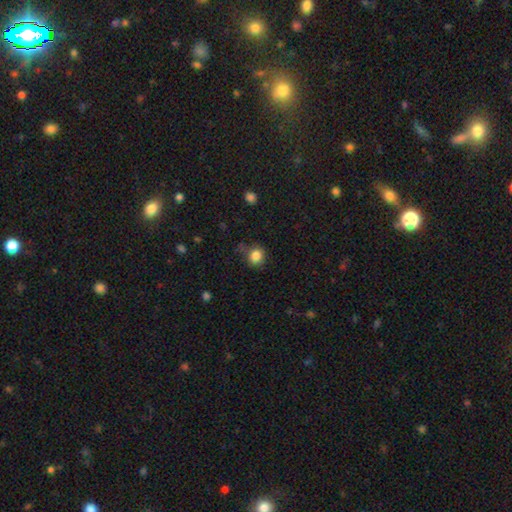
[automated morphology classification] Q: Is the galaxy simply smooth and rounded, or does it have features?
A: smooth — 85%.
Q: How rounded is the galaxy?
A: round — 78%.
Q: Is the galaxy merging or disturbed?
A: none — 72%.